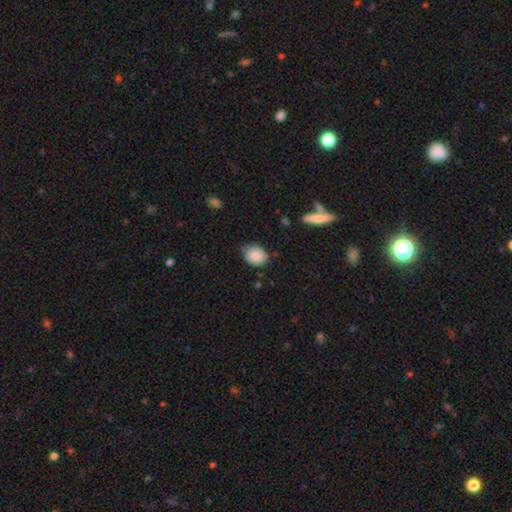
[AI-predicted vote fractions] The model was most divided on "how rounded": round: 54%, in between: 45%, cigar-shaped: 1%. More confident: smooth or featured — smooth (87%); merging — none (71%).